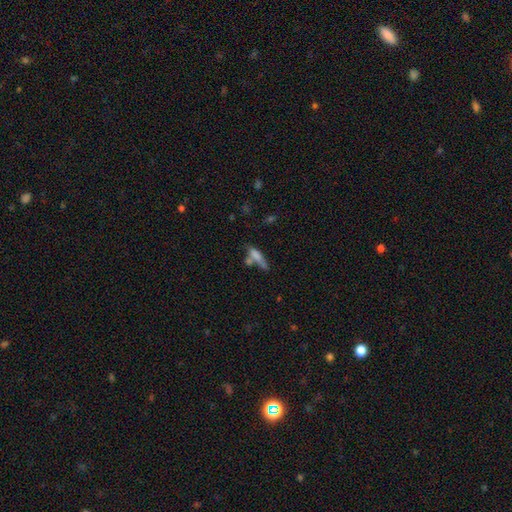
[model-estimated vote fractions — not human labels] Smooth or featured?
  - smooth: 68% *
  - featured or disk: 21%
  - star or artifact: 10%
How rounded?
  - cigar-shaped: 54% *
  - in between: 43%
  - round: 3%
Merging?
  - none: 39% *
  - merger: 34%
  - minor disturbance: 17%
  - major disturbance: 10%